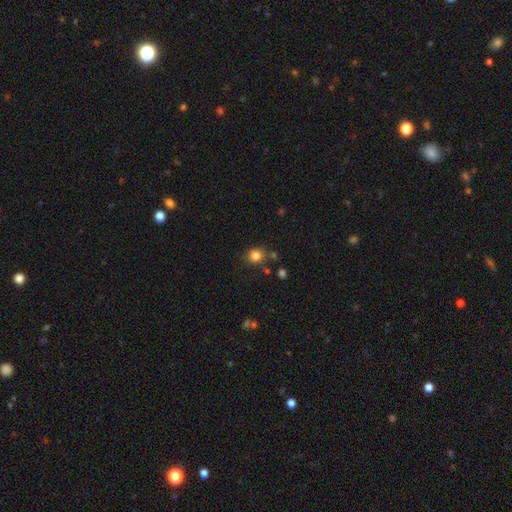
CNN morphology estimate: Q: Smooth or featured?
A: smooth (82%); runner-up: star or artifact (12%)
Q: How rounded?
A: round (78%); runner-up: in between (21%)
Q: Merging?
A: none (76%); runner-up: minor disturbance (13%)